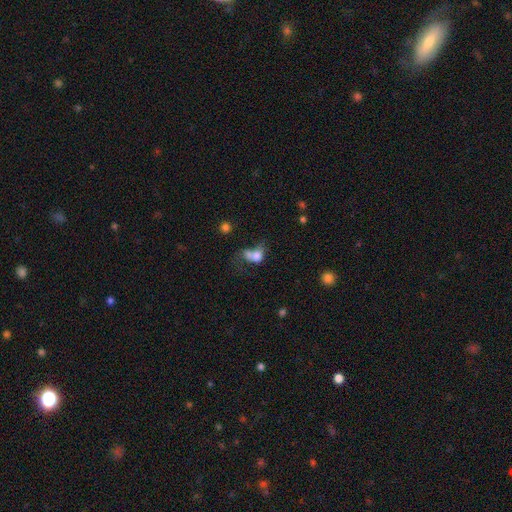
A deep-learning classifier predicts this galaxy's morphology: A smooth galaxy with no disk features (70%) that is in between round and cigar-shaped (56%). Merging: merger (56%).